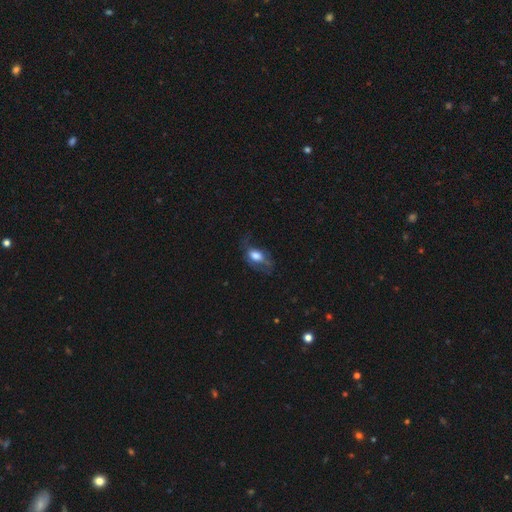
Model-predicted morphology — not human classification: Smooth or featured? smooth (60%)
How rounded? in between (84%)
Merging? none (37%)